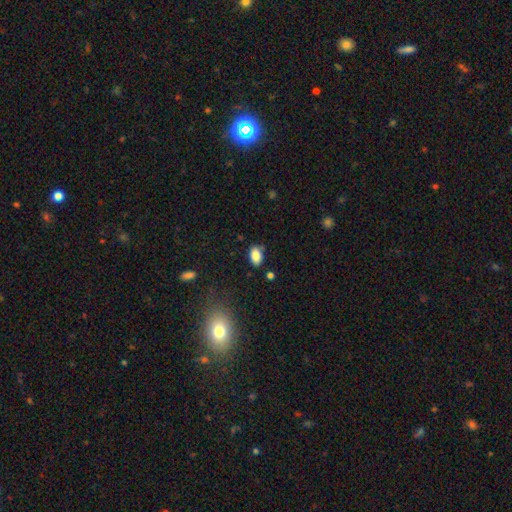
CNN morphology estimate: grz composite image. It shows a smooth galaxy with no disk features (85%) that is in between round and cigar-shaped (91%). Merging: none (78%).